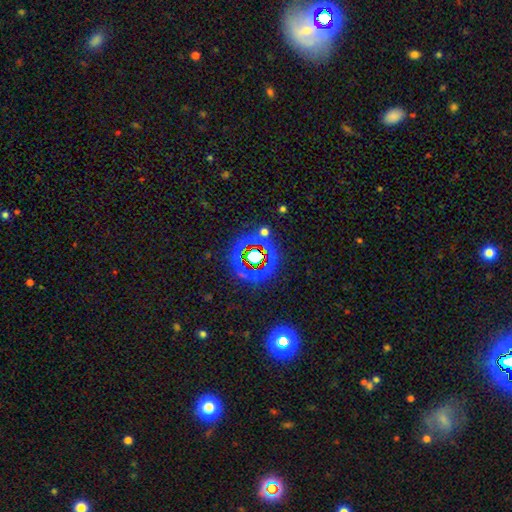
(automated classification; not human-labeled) Smooth or featured? star or artifact (69%)